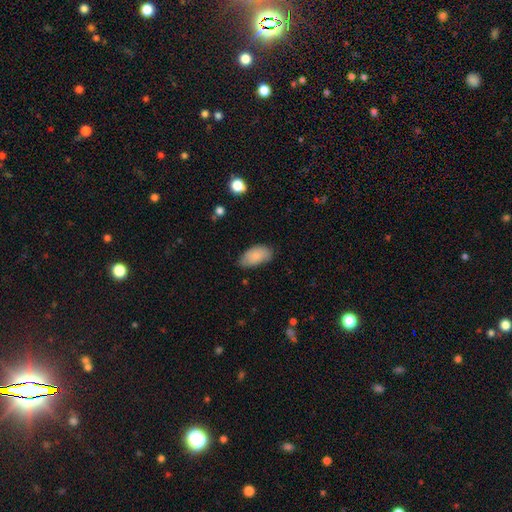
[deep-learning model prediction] Overall: smooth (84%). How rounded: in between (95%). Merging: none (69%).